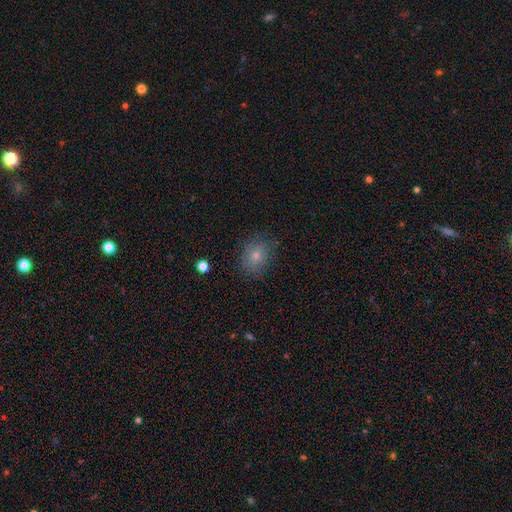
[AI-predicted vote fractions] smooth 64%, featured or disk 20%, star or artifact 16%. Down the decision tree: how rounded — in between (50%); merging — none (79%).